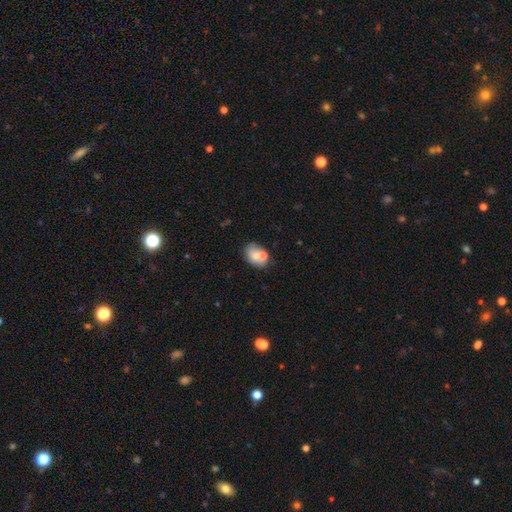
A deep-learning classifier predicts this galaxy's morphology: This is likely a smooth galaxy (67%). How rounded: likely in between (74%). Merging: marginally none (44%).